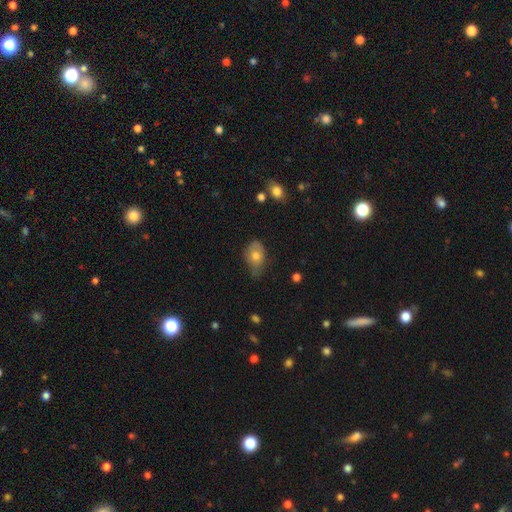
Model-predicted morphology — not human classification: Smooth or featured: smooth — 68% (featured or disk — 23%)
How rounded: in between — 80% (round — 18%)
Merging: none — 46% (minor disturbance — 40%)